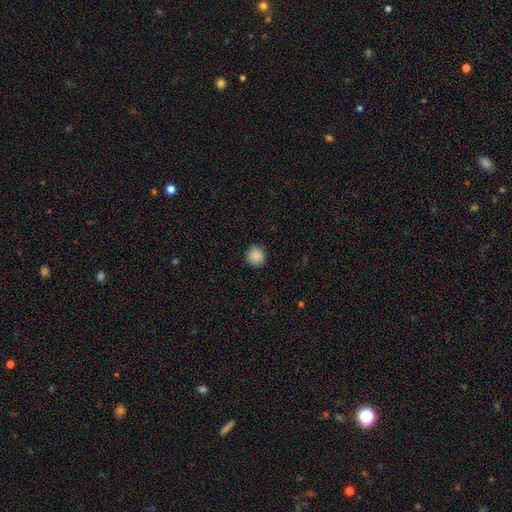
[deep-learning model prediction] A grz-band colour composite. It shows a smooth galaxy with no disk features (88%) that is round (93%). Merging: none (91%).